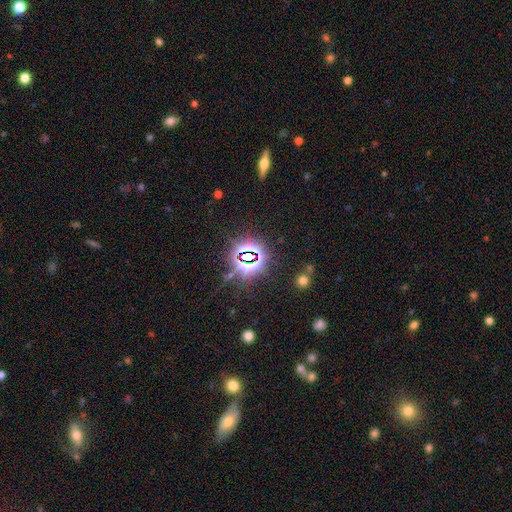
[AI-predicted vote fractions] Morphology: type=star or artifact (80%).